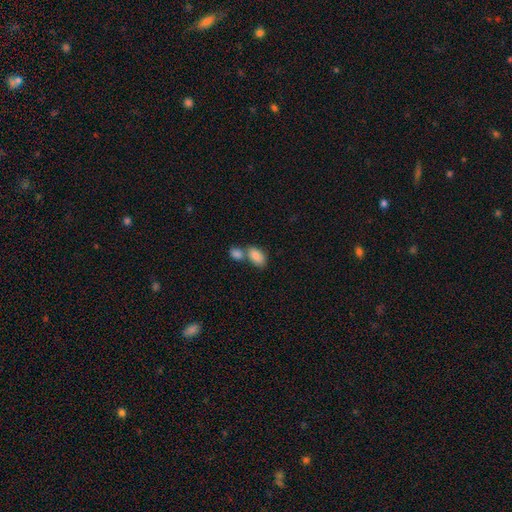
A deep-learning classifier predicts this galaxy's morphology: type=smooth (85%); roundness=in between (92%); merging=merger (49%).